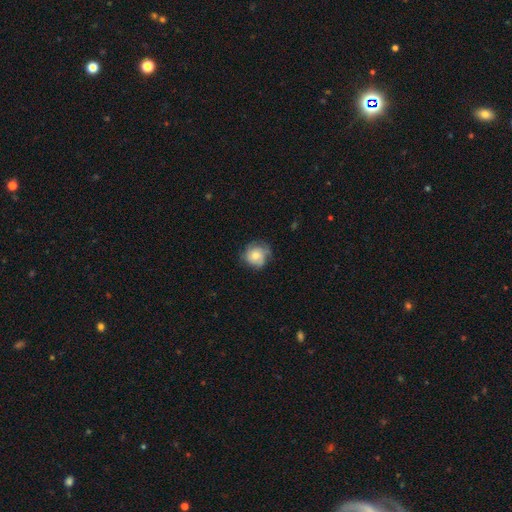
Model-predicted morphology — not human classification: Smooth or featured? smooth (48%)
Merging? none (65%)